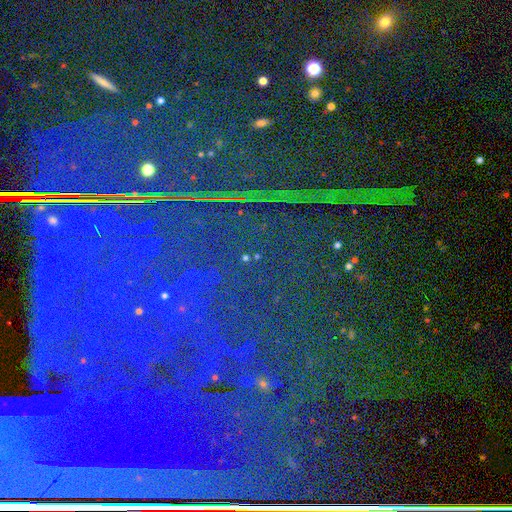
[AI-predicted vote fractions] Overall: star or artifact (86%).